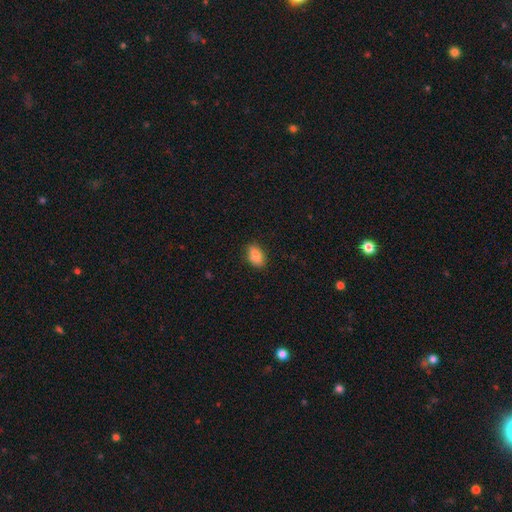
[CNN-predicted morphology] This is clearly a smooth galaxy (83%). How rounded: clearly in between (88%). Merging: likely none (76%).